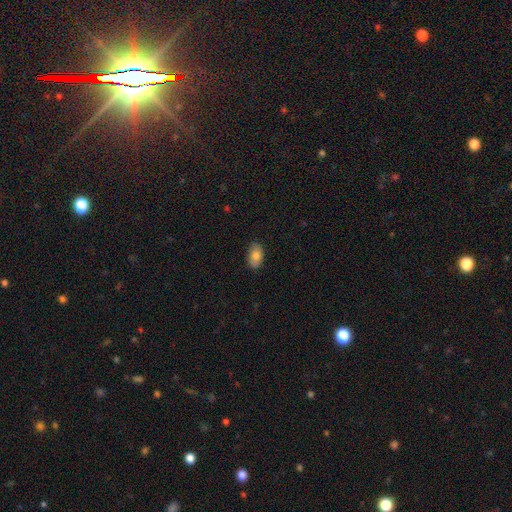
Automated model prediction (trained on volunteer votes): smooth 80%, featured or disk 13%, star or artifact 7%. Down the decision tree: how rounded — in between (93%); merging — none (84%).